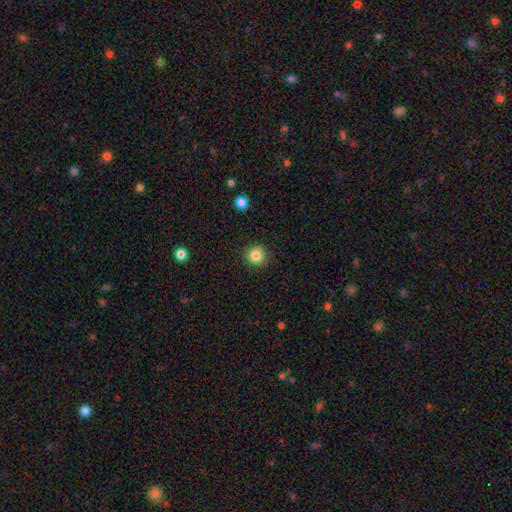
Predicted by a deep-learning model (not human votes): Morphology: type=smooth (84%); roundness=round (94%); merging=none (91%).